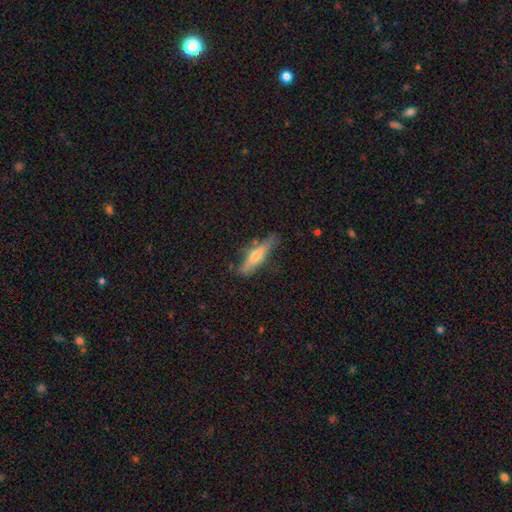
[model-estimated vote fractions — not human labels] smooth-or-featured: featured or disk: 48% | smooth: 45% | star or artifact: 7%
  merging: none: 72% | minor disturbance: 21% | major disturbance: 5% | merger: 2%